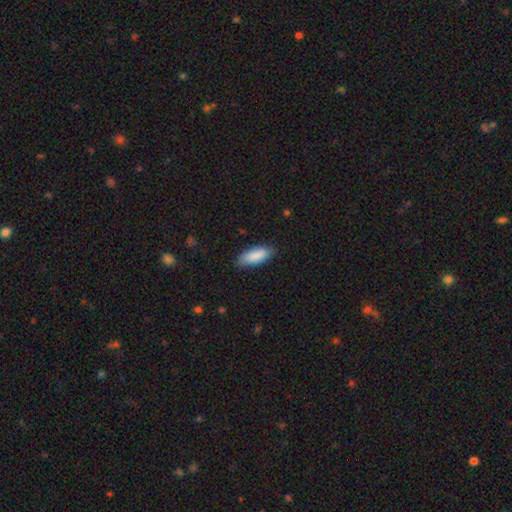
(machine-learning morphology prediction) A smooth galaxy with no disk features (87%) that is in between round and cigar-shaped (74%). Merging: none (82%).